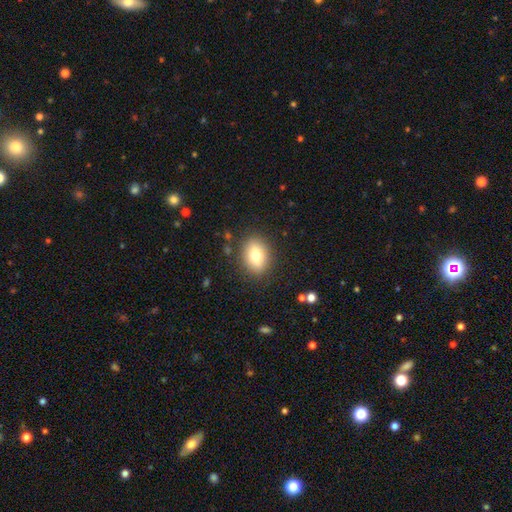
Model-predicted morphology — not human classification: Overall: smooth (74%). How rounded: in between (64%; round 34%). Merging: none (86%).